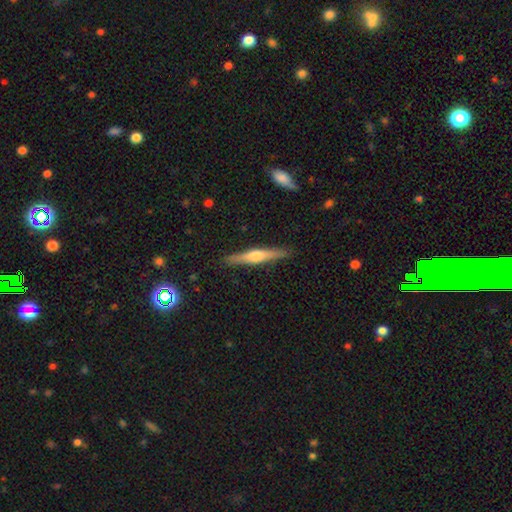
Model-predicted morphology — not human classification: Smooth or featured? featured or disk (63%)
Edge-on disk? yes (97%)
Edge-on bulge? rounded (83%)
Merging? none (90%)